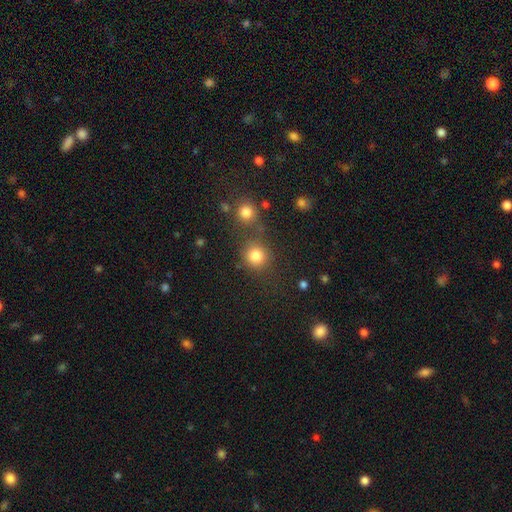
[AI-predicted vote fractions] A smooth galaxy with no disk features (82%) that is round (89%). Merging: none (69%).